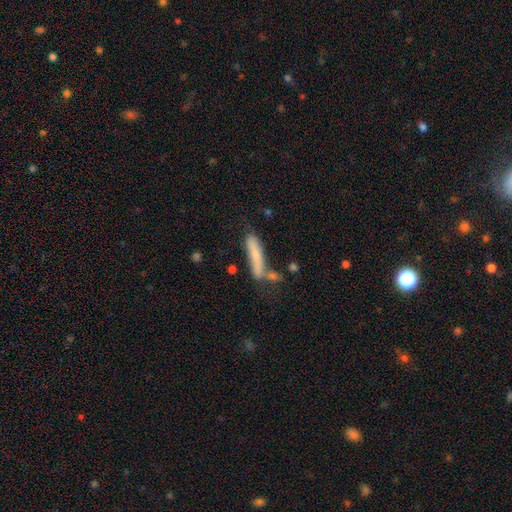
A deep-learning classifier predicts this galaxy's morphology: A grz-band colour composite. It shows a smooth galaxy with no disk features (63%) that is cigar-shaped (87%). Merging: none (51%).